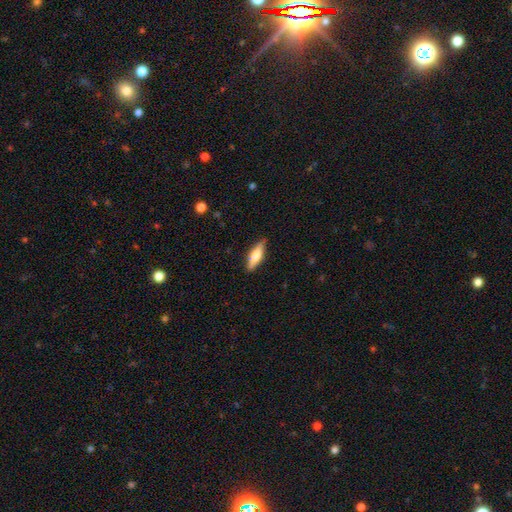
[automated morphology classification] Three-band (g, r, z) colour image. It shows a smooth galaxy with no disk features (57%) that is cigar-shaped (53%). Merging: none (86%).